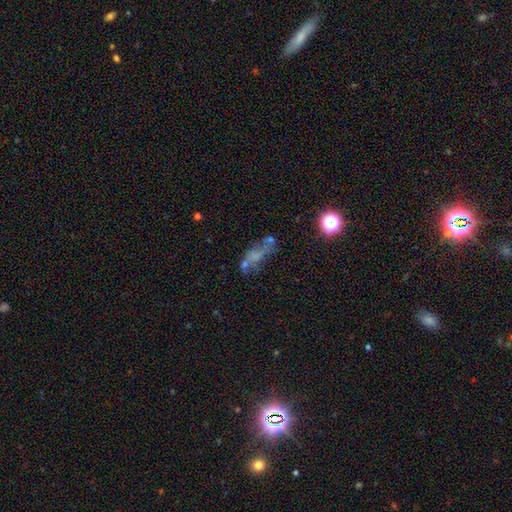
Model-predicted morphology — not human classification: A featured or disk galaxy (39%). Merging: none (38%).